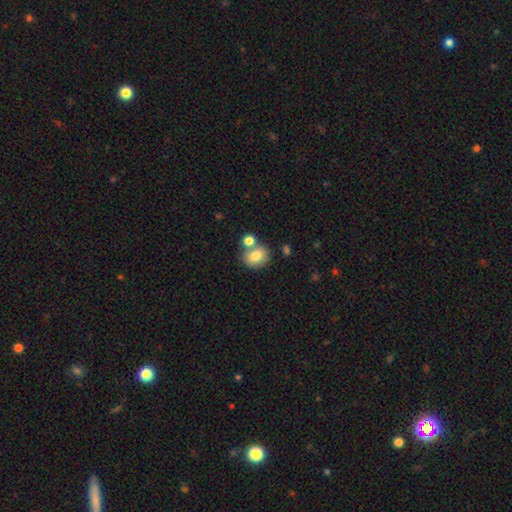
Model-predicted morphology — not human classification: Smooth or featured: smooth — 78% (featured or disk — 13%)
How rounded: round — 54% (in between — 45%)
Merging: none — 57% (merger — 28%)